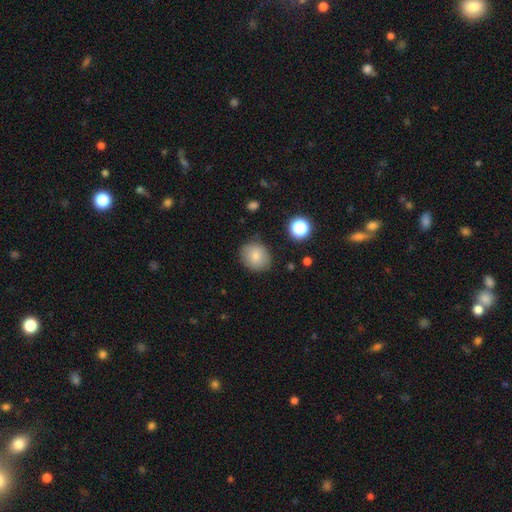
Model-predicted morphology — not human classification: Smooth or featured?
  - smooth: 81% *
  - star or artifact: 10%
  - featured or disk: 9%
How rounded?
  - round: 72% *
  - in between: 27%
  - cigar-shaped: 1%
Merging?
  - none: 82% *
  - minor disturbance: 13%
  - major disturbance: 3%
  - merger: 2%